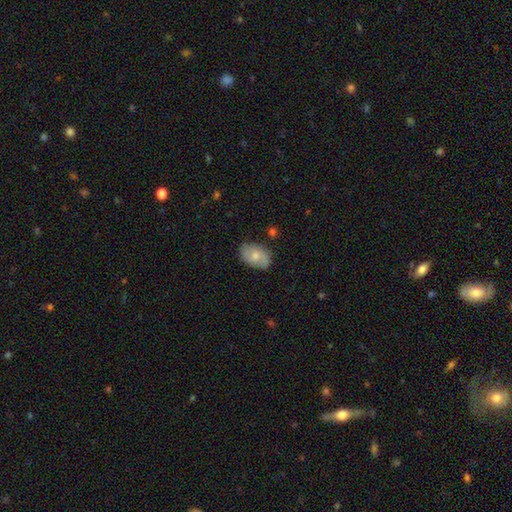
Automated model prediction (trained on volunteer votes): Overall: smooth (68%). How rounded: in between (87%). Merging: none (76%).